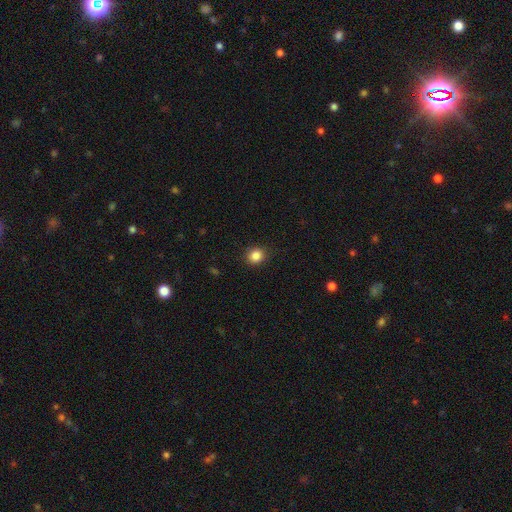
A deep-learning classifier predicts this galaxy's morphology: A smooth galaxy with no disk features (86%) that is round (81%).

Vote fractions:
- Smooth or featured? smooth: 86% / star or artifact: 11% / featured or disk: 4%
- How rounded? round: 81% / in between: 18% / cigar-shaped: 1%
- Merging? none: 89% / minor disturbance: 8% / major disturbance: 2% / merger: 1%